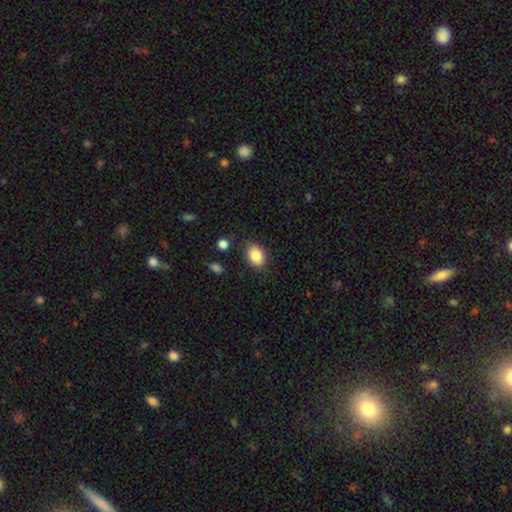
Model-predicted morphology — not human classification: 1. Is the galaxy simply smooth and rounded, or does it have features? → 86% smooth, 8% star or artifact, 6% featured or disk.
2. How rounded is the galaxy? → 71% in between, 28% round, 1% cigar-shaped.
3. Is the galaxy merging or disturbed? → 81% none, 14% minor disturbance, 3% major disturbance, 2% merger.